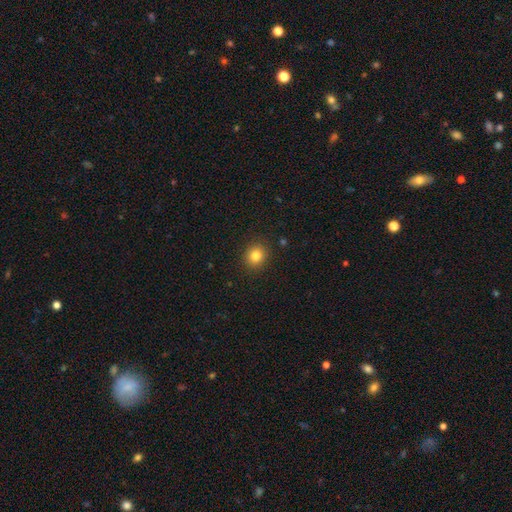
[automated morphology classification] Smooth or featured? Predicted: smooth (p=0.83). How rounded? Predicted: round (p=0.82). Merging? Predicted: none (p=0.91).